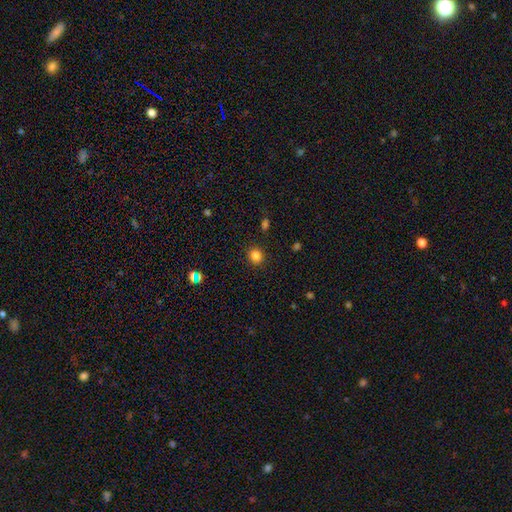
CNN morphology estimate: smooth-or-featured: smooth: 83% | star or artifact: 13% | featured or disk: 4%
  how-rounded: round: 87% | in between: 12% | cigar-shaped: 1%
  merging: none: 90% | minor disturbance: 6% | major disturbance: 2% | merger: 1%